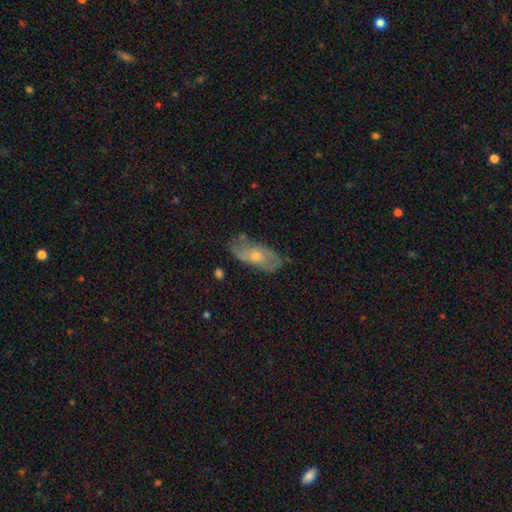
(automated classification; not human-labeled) Q: Smooth or featured?
A: featured or disk (54%); runner-up: smooth (38%)
Q: Edge-on disk?
A: no (83%); runner-up: yes (17%)
Q: Merging?
A: none (70%); runner-up: minor disturbance (22%)